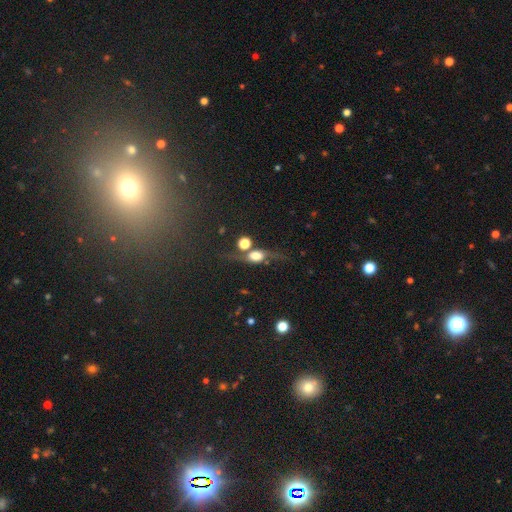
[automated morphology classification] This is marginally a featured or disk galaxy (45%). Merging: possibly none (47%).